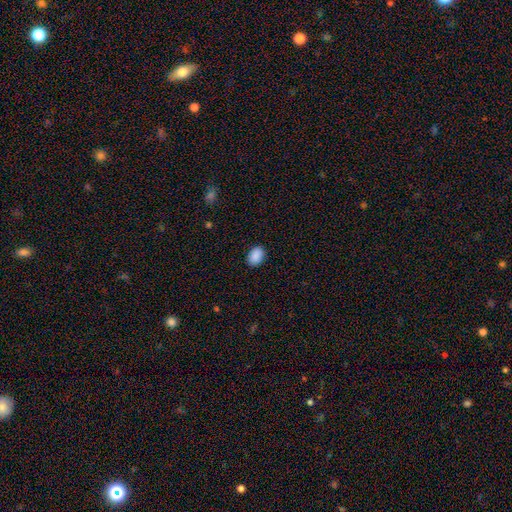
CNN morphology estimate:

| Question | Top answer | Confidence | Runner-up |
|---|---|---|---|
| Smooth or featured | smooth | 90% | star or artifact (8%) |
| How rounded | in between | 77% | round (22%) |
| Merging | none | 88% | minor disturbance (9%) |